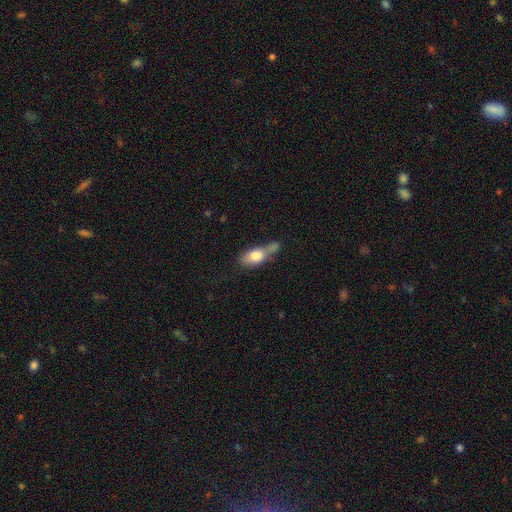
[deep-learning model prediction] The model was most divided on "merging": merger: 37%, none: 28%, minor disturbance: 22%, major disturbance: 14%. More confident: how rounded — in between (76%); smooth or featured — smooth (72%).